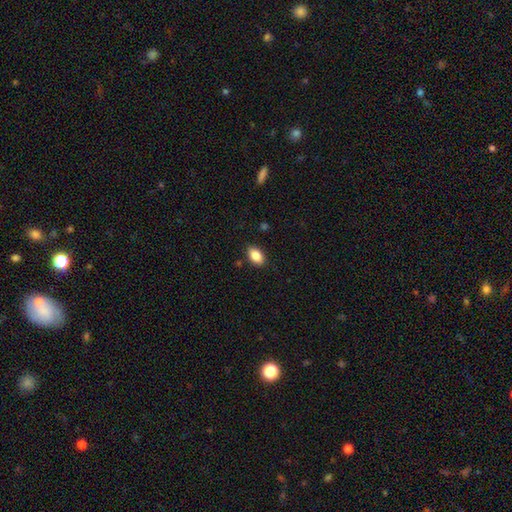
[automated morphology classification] Smooth or featured? Predicted: smooth (p=0.87). How rounded? Predicted: in between (p=0.90). Merging? Predicted: none (p=0.88).